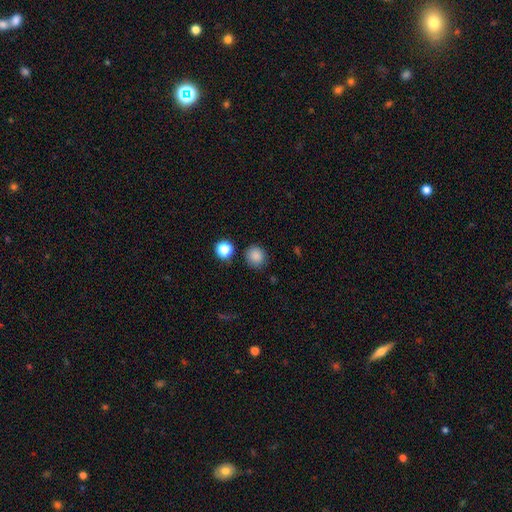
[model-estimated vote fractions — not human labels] Smooth or featured?
  - smooth: 85% *
  - star or artifact: 11%
  - featured or disk: 4%
How rounded?
  - round: 87% *
  - in between: 12%
  - cigar-shaped: 1%
Merging?
  - none: 84% *
  - minor disturbance: 9%
  - merger: 3%
  - major disturbance: 3%